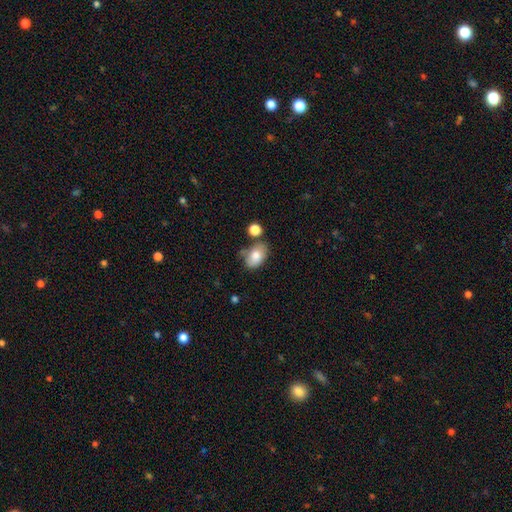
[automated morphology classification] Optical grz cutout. It shows a smooth galaxy with no disk features (77%) that is in between round and cigar-shaped (86%). Merging: none (58%).